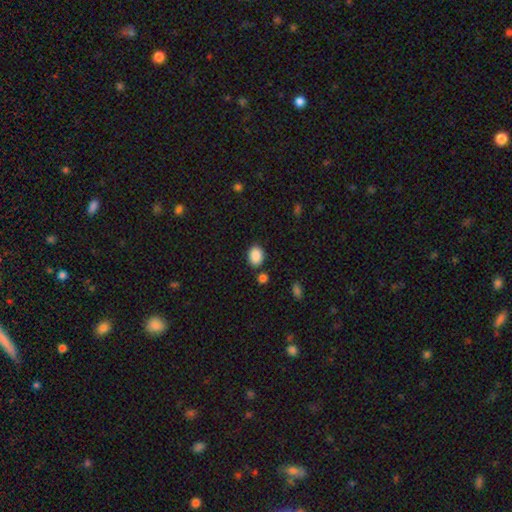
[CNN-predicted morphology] Overall: smooth (89%). How rounded: in between (64%; round 35%). Merging: none (82%).